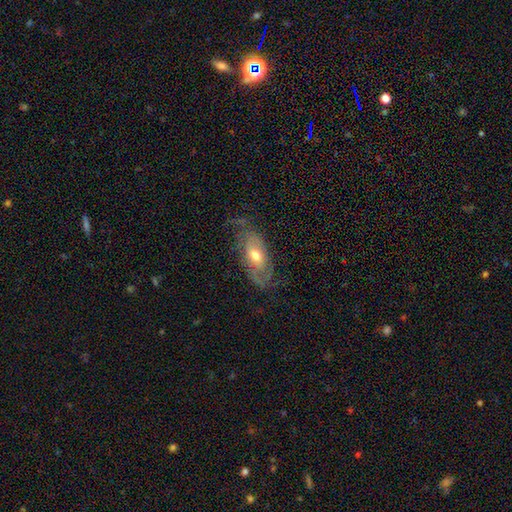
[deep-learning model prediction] A featured or disk galaxy (61%) with no bar (71%), spiral arms (72%) and a moderate central bulge (73%). Merging: none (59%).